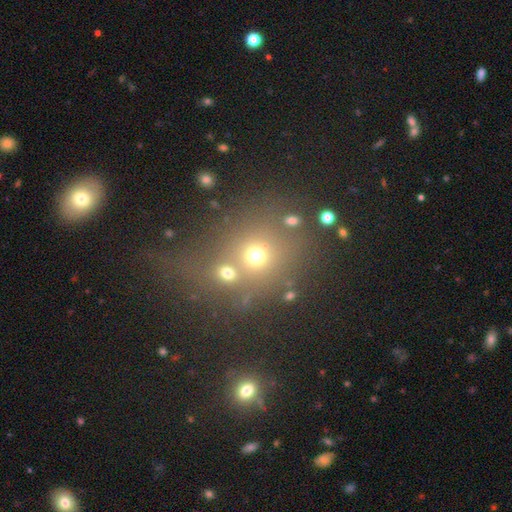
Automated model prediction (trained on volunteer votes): smooth-or-featured: smooth: 65% | star or artifact: 23% | featured or disk: 12%
  how-rounded: round: 81% | in between: 17% | cigar-shaped: 1%
  merging: none: 50% | merger: 36% | minor disturbance: 9% | major disturbance: 5%